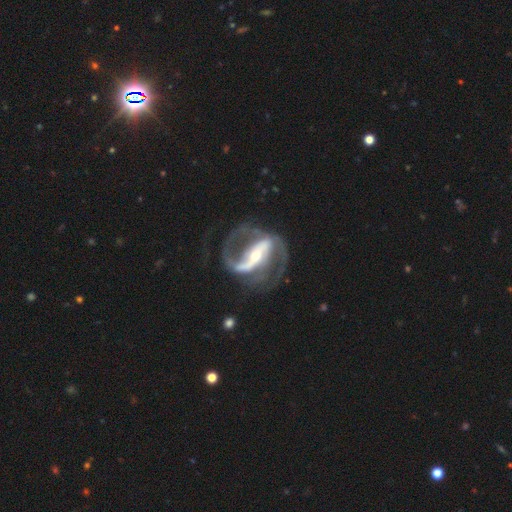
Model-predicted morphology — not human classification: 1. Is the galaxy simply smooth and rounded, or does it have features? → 91% featured or disk, 4% star or artifact, 4% smooth.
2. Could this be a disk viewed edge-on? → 96% no, 4% yes.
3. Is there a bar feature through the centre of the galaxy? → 72% strong, 17% weak, 11% no.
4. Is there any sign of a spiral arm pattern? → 96% yes, 4% no.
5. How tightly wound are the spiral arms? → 50% medium, 34% loose, 16% tight.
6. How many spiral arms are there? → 91% 2, 2% can't tell, 2% 1, 2% 3, 1% 4, 1% more than 4.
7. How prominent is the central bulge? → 60% small, 34% moderate, 3% large, 1% dominant, 1% none.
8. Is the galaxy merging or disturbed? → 68% none, 16% major disturbance, 14% minor disturbance, 2% merger.